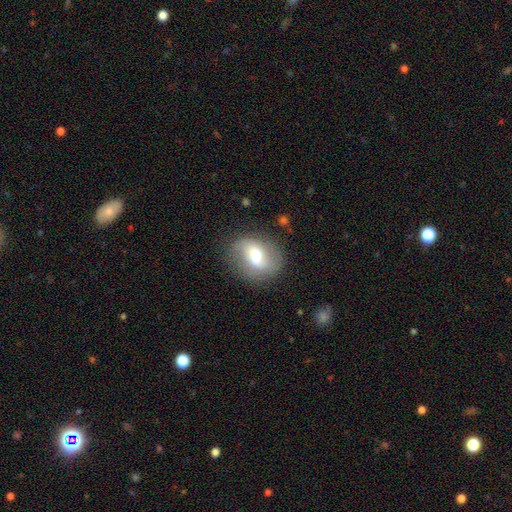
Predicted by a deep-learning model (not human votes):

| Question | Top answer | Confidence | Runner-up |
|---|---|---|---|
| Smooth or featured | featured or disk | 48% | smooth (44%) |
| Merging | none | 74% | minor disturbance (16%) |